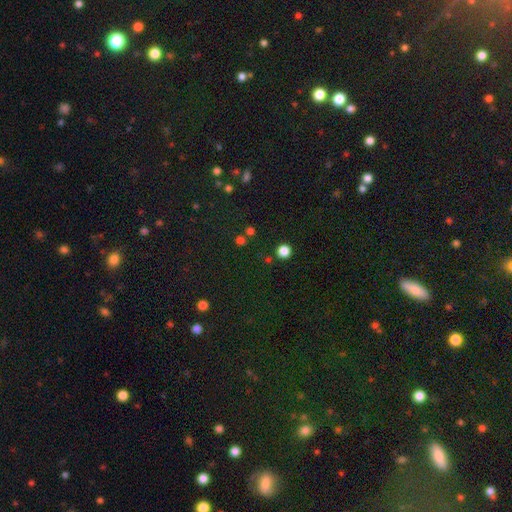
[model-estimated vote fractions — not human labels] Overall: star or artifact (71%).